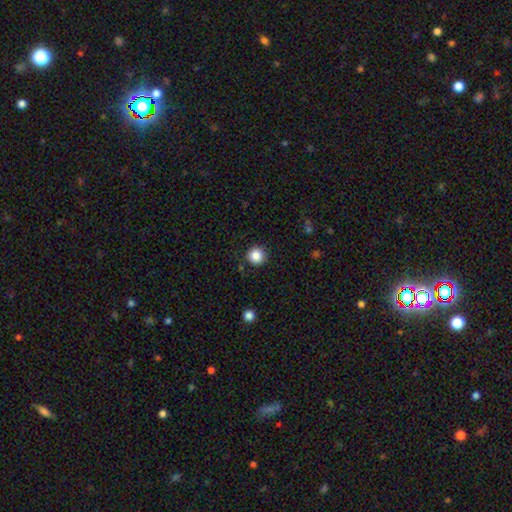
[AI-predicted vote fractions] Morphology: type=smooth (86%); roundness=round (95%); merging=none (90%).